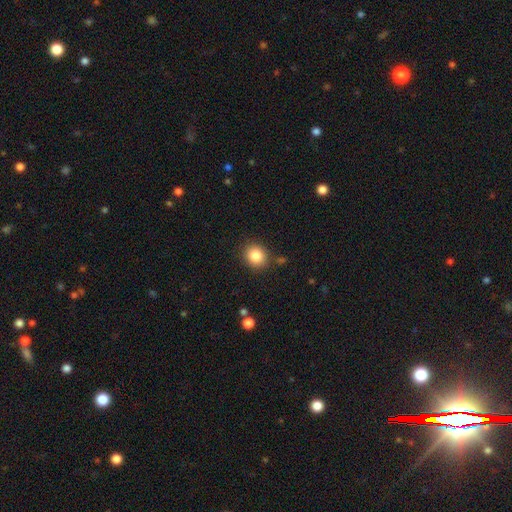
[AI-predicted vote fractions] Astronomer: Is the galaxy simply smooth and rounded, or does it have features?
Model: smooth — 84%.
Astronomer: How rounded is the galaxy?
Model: round — 77%.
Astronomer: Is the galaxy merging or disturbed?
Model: none — 87%.